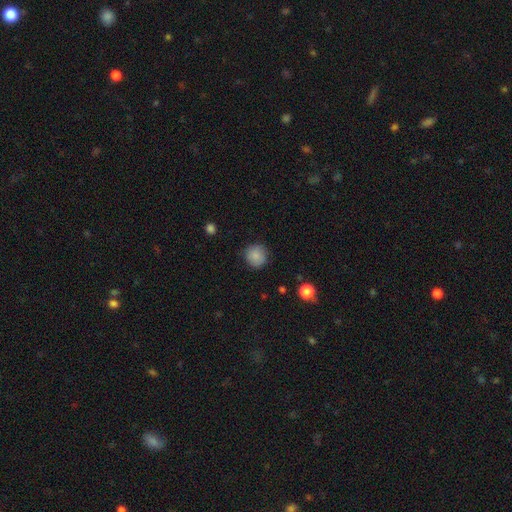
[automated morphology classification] type=smooth (86%); roundness=round (92%); merging=none (86%).